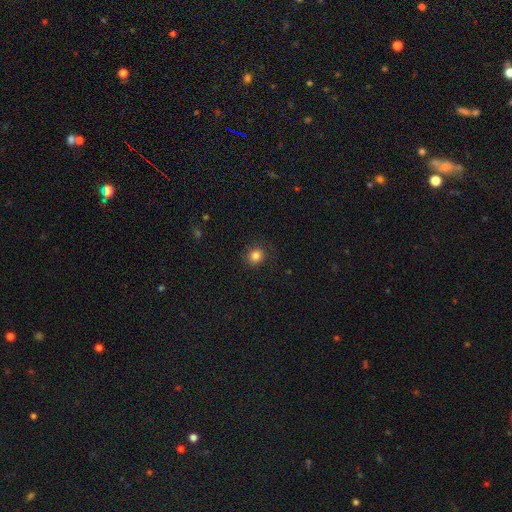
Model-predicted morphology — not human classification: Smooth or featured? Predicted: smooth (p=0.84). How rounded? Predicted: round (p=0.84). Merging? Predicted: none (p=0.82).